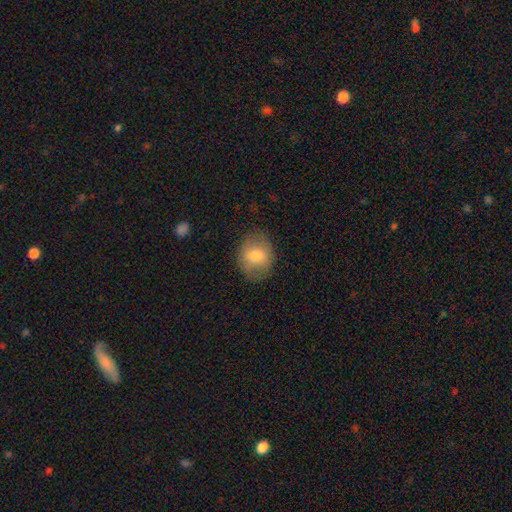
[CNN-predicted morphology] Q: Smooth or featured?
A: smooth (71%); runner-up: featured or disk (21%)
Q: How rounded?
A: round (53%); runner-up: in between (46%)
Q: Merging?
A: none (82%); runner-up: minor disturbance (13%)